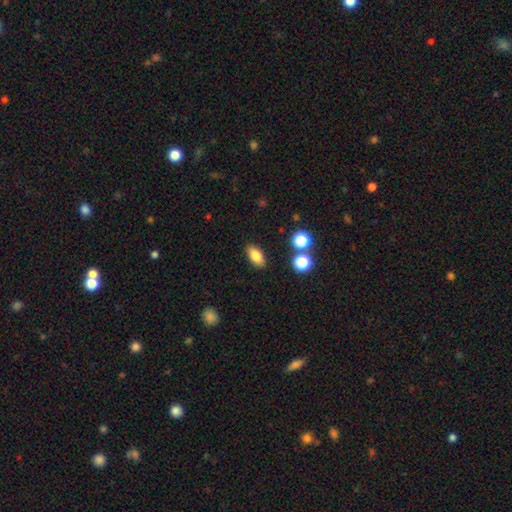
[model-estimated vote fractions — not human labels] Morphology: type=smooth (81%); roundness=in between (87%); merging=none (86%).